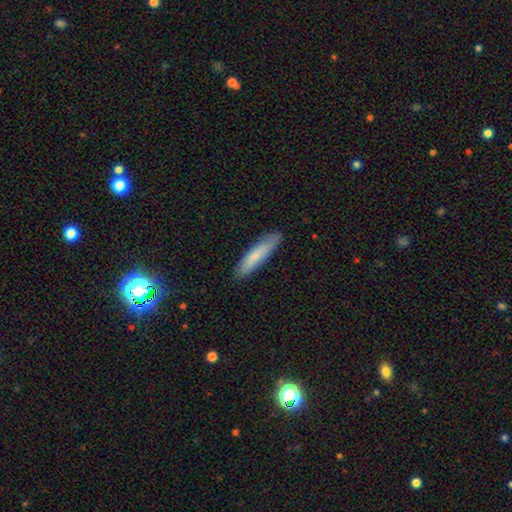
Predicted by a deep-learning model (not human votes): Morphology: type=smooth (77%); roundness=cigar-shaped (85%); merging=none (86%).